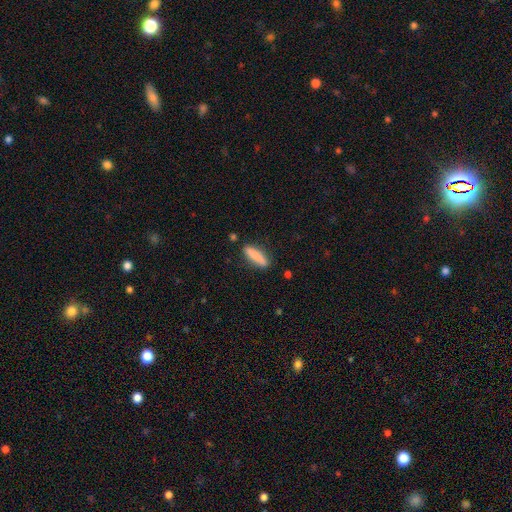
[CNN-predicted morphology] Smooth or featured? smooth (84%)
How rounded? cigar-shaped (72%)
Merging? none (84%)